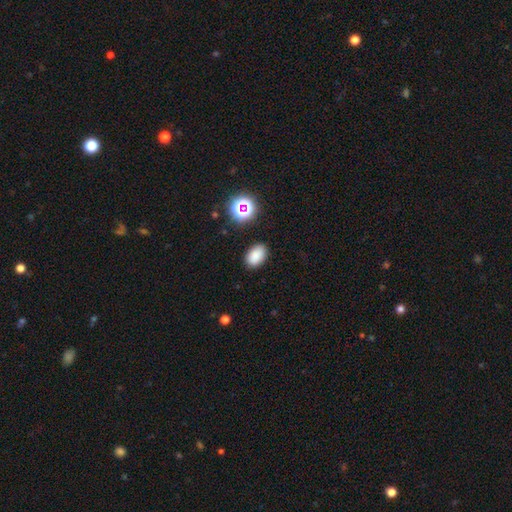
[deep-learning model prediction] The model was most divided on "smooth or featured": smooth: 83%, star or artifact: 12%, featured or disk: 4%. More confident: how rounded — in between (87%); merging — none (86%).